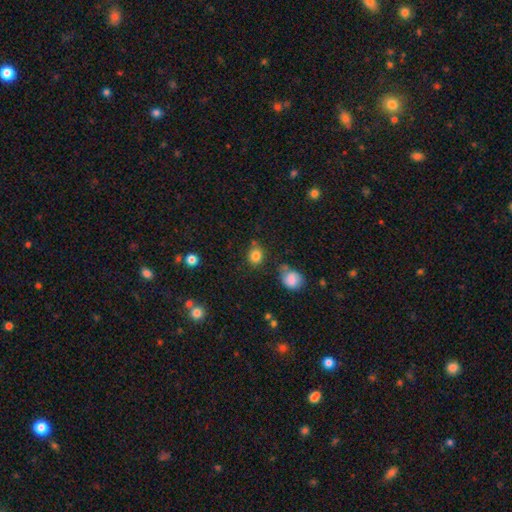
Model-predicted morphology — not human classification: smooth-or-featured: smooth: 83% | star or artifact: 11% | featured or disk: 6%
  how-rounded: round: 69% | in between: 30% | cigar-shaped: 1%
  merging: none: 73% | minor disturbance: 16% | merger: 7% | major disturbance: 5%